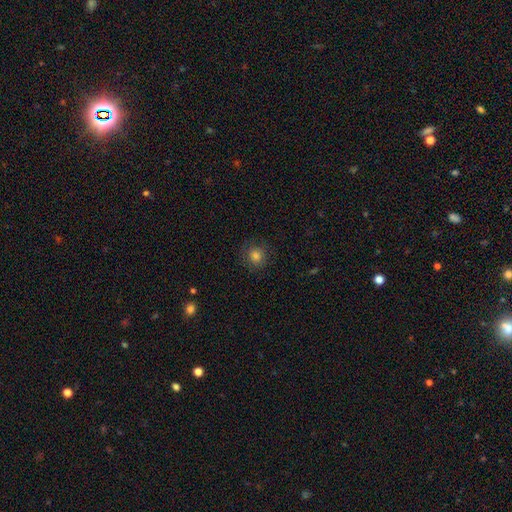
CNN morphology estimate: smooth-or-featured: smooth: 80% | star or artifact: 13% | featured or disk: 7%
  how-rounded: round: 90% | in between: 9% | cigar-shaped: 1%
  merging: none: 84% | minor disturbance: 11% | major disturbance: 4% | merger: 1%